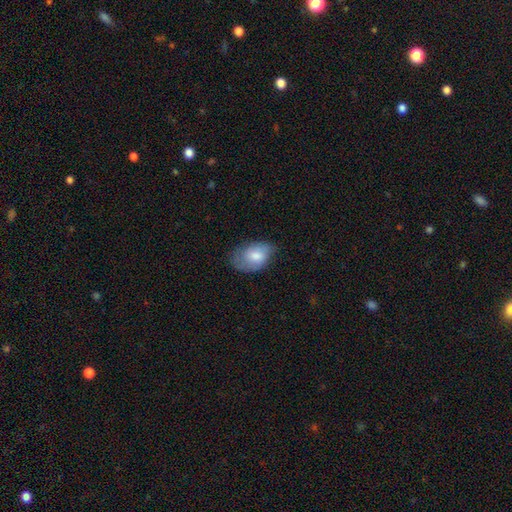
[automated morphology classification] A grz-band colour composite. It shows a smooth galaxy with no disk features (73%) that is in between round and cigar-shaped (87%). Merging: none (55%).